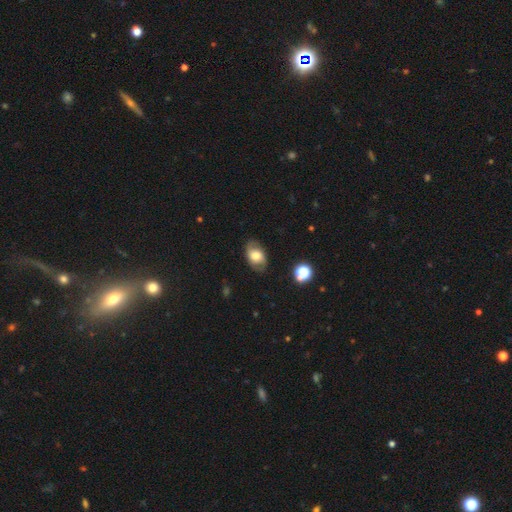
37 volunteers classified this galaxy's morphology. type=smooth (65%); roundness=in between (96%); merging=none (76%).